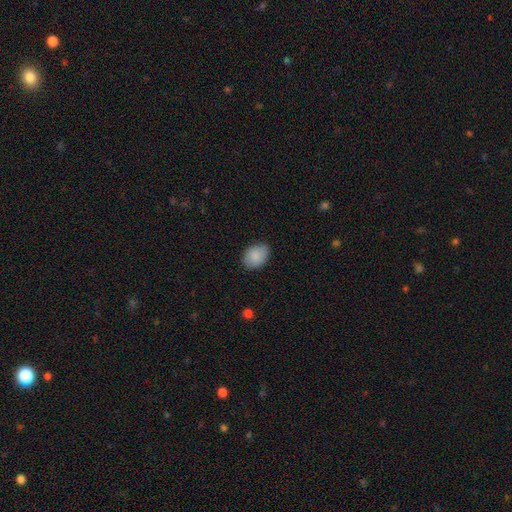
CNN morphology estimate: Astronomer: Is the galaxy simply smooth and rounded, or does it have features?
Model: smooth — 87%.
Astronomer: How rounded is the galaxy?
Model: in between — 75%.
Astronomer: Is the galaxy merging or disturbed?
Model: none — 78%.